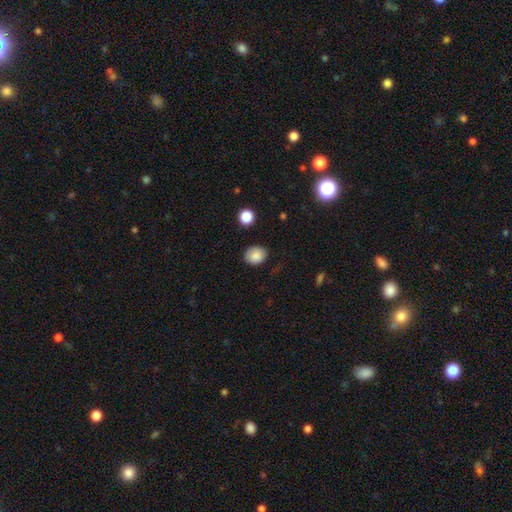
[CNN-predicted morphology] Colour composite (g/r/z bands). It shows a smooth galaxy with no disk features (85%) that is round (52%). Merging: none (81%).